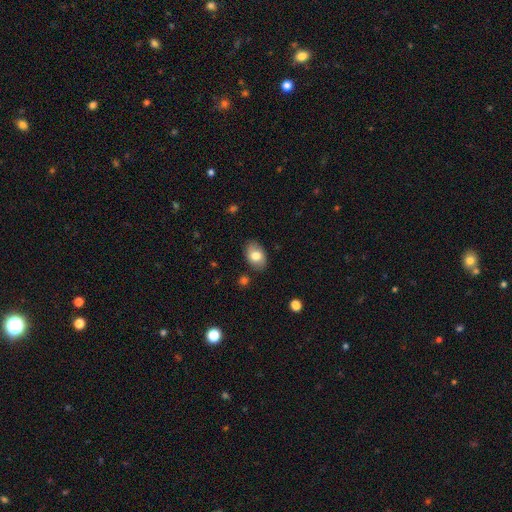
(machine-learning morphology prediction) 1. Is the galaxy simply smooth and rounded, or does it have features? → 77% smooth, 16% featured or disk, 7% star or artifact.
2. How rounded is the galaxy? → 87% in between, 12% round, 1% cigar-shaped.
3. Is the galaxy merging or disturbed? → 84% none, 12% minor disturbance, 3% major disturbance, 2% merger.